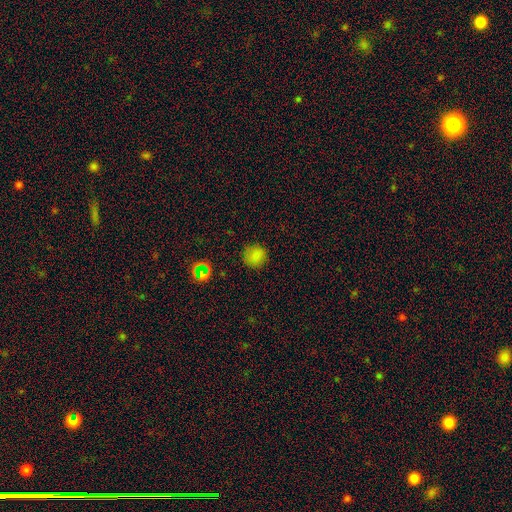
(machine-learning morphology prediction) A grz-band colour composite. It shows a smooth galaxy with no disk features (80%) that is round (91%). Merging: none (86%).